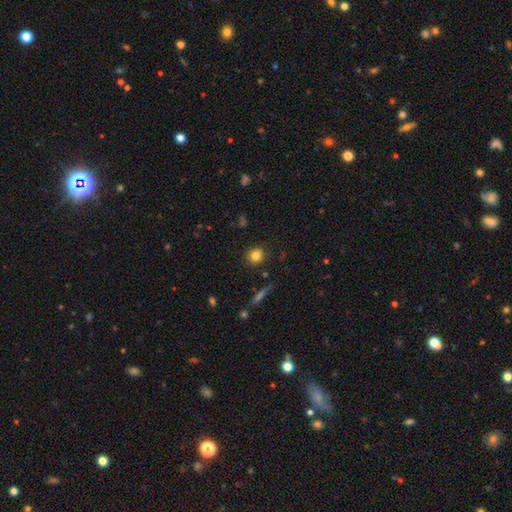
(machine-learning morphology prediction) Smooth or featured?
  - smooth: 82% *
  - star or artifact: 10%
  - featured or disk: 8%
How rounded?
  - round: 83% *
  - in between: 15%
  - cigar-shaped: 2%
Merging?
  - none: 85% *
  - minor disturbance: 10%
  - major disturbance: 3%
  - merger: 2%